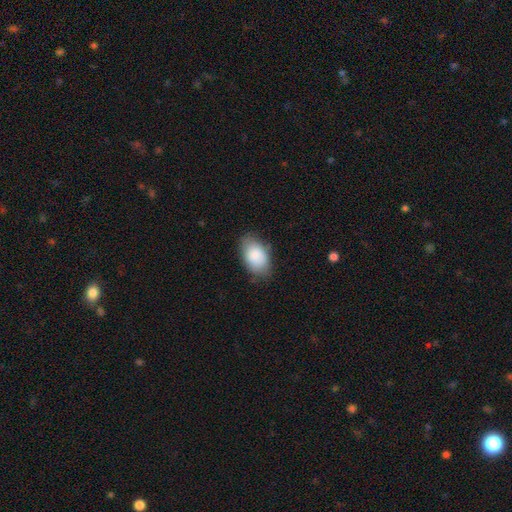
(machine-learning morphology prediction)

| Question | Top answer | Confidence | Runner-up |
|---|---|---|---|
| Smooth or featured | smooth | 86% | featured or disk (8%) |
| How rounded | in between | 92% | round (6%) |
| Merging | none | 75% | minor disturbance (19%) |